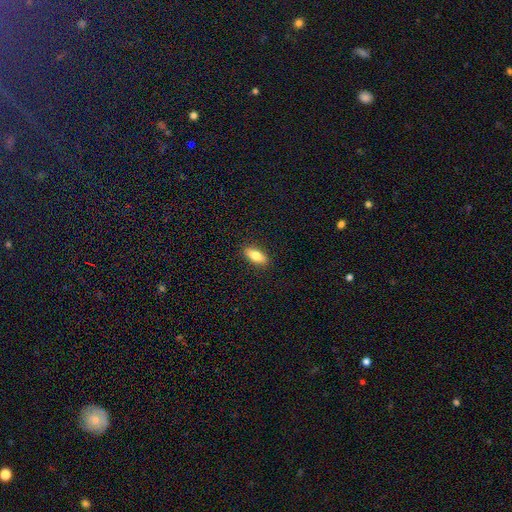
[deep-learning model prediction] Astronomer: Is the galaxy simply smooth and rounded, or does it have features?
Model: smooth — 77%.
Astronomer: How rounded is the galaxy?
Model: in between — 77%.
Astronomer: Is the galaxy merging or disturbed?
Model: none — 90%.